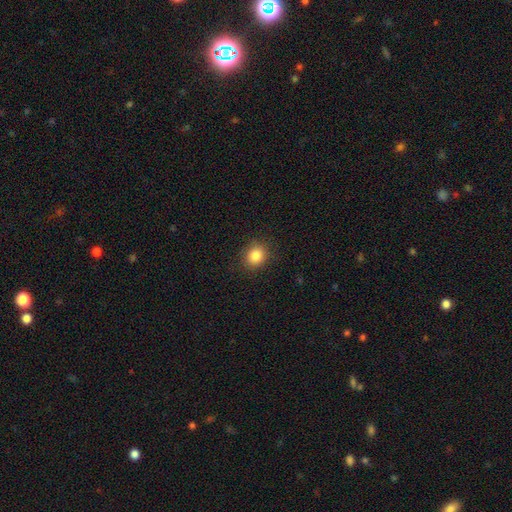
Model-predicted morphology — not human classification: smooth-or-featured: smooth: 85% | star or artifact: 10% | featured or disk: 5%
  how-rounded: round: 74% | in between: 25% | cigar-shaped: 1%
  merging: none: 88% | minor disturbance: 9% | major disturbance: 3% | merger: 1%